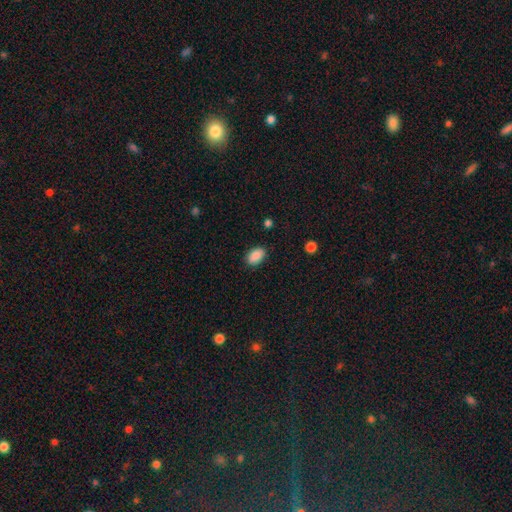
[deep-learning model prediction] This is clearly a smooth galaxy (88%). How rounded: clearly in between (90%). Merging: clearly none (86%).